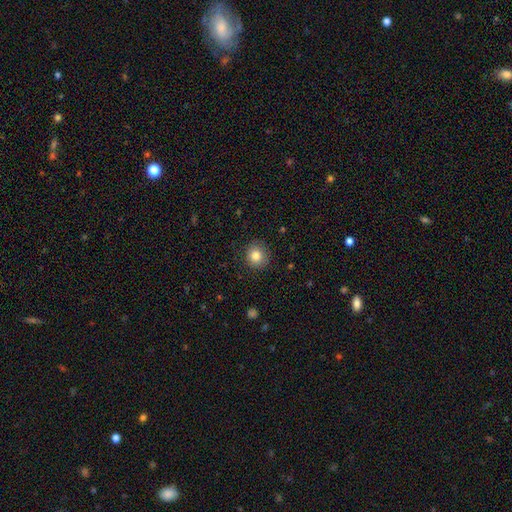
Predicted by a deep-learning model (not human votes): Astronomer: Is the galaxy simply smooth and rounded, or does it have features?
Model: smooth — 83%.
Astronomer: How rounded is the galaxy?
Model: round — 91%.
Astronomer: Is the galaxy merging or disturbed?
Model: none — 88%.